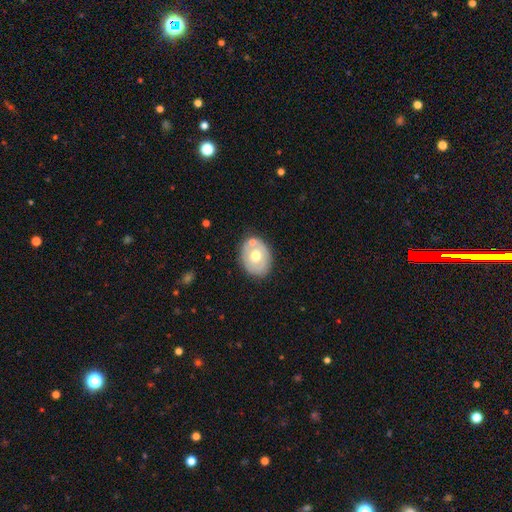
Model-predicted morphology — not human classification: Smooth or featured: smooth — 51% (featured or disk — 42%)
How rounded: in between — 63% (round — 36%)
Merging: none — 64% (merger — 16%)